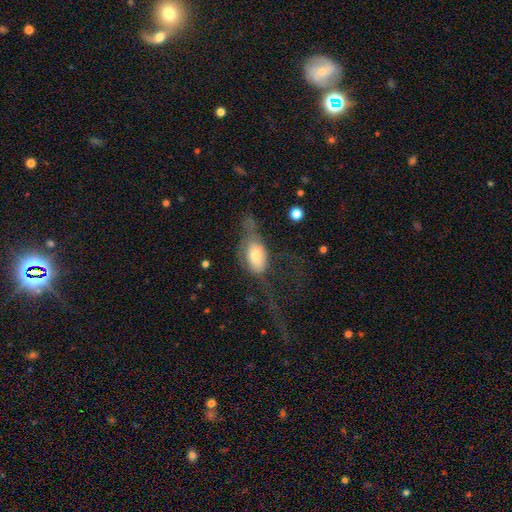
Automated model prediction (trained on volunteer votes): smooth 62%, featured or disk 30%, star or artifact 8%. Down the decision tree: how rounded — in between (84%); merging — major disturbance (60%).